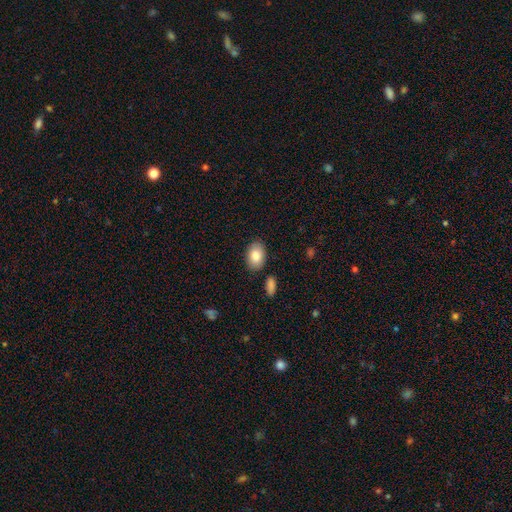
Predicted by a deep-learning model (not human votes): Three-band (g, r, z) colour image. It shows a smooth galaxy with no disk features (84%) that is in between round and cigar-shaped (88%). Merging: none (84%).